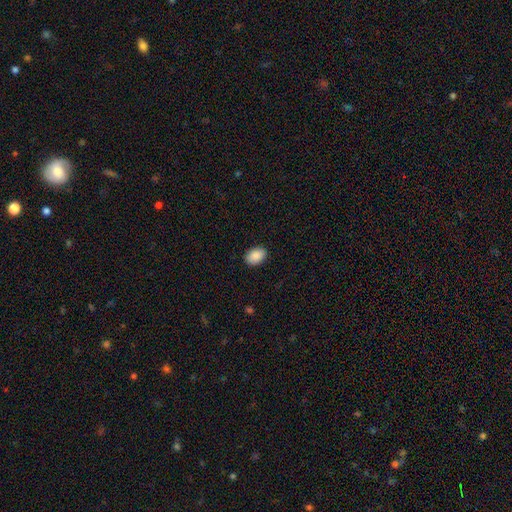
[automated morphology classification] Smooth or featured?
  - smooth: 89% *
  - star or artifact: 7%
  - featured or disk: 4%
How rounded?
  - in between: 86% *
  - round: 13%
  - cigar-shaped: 1%
Merging?
  - none: 90% *
  - minor disturbance: 8%
  - major disturbance: 2%
  - merger: 1%